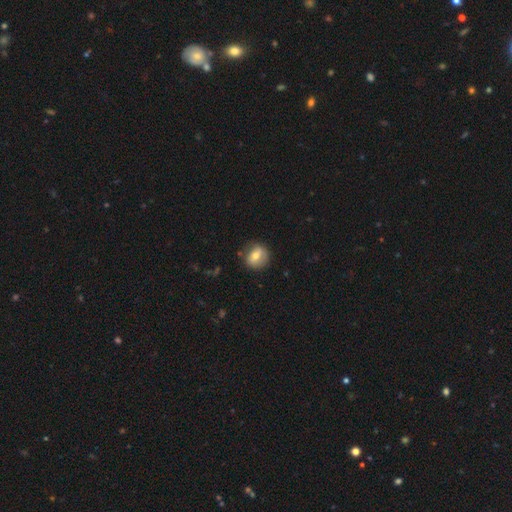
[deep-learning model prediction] Smooth or featured?
  - smooth: 66% *
  - featured or disk: 26%
  - star or artifact: 8%
How rounded?
  - round: 75% *
  - in between: 23%
  - cigar-shaped: 1%
Merging?
  - none: 79% *
  - minor disturbance: 15%
  - major disturbance: 4%
  - merger: 2%